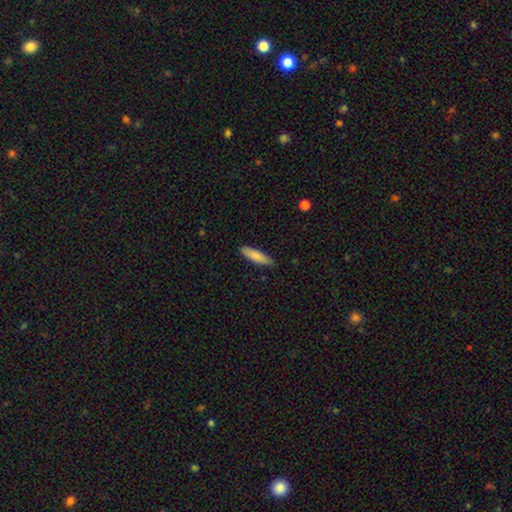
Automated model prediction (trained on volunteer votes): smooth-or-featured: smooth: 84% | featured or disk: 10% | star or artifact: 6%
  how-rounded: cigar-shaped: 68% | in between: 31% | round: 1%
  merging: none: 87% | minor disturbance: 10% | major disturbance: 2% | merger: 1%